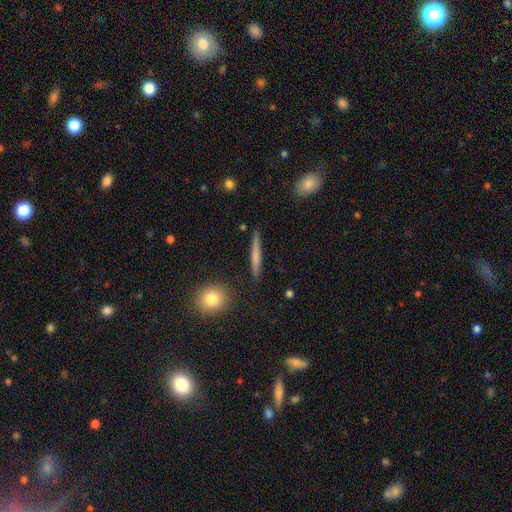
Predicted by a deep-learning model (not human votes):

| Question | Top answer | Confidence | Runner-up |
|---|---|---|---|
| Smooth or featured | smooth | 60% | featured or disk (34%) |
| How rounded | cigar-shaped | 93% | in between (4%) |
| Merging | none | 89% | minor disturbance (7%) |